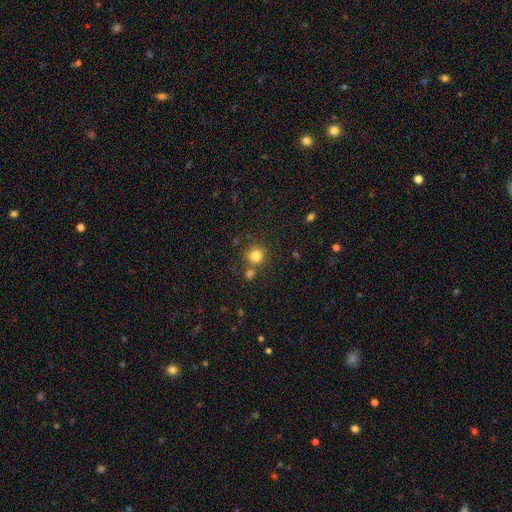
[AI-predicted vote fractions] Smooth or featured? smooth (81%)
How rounded? round (92%)
Merging? none (70%)